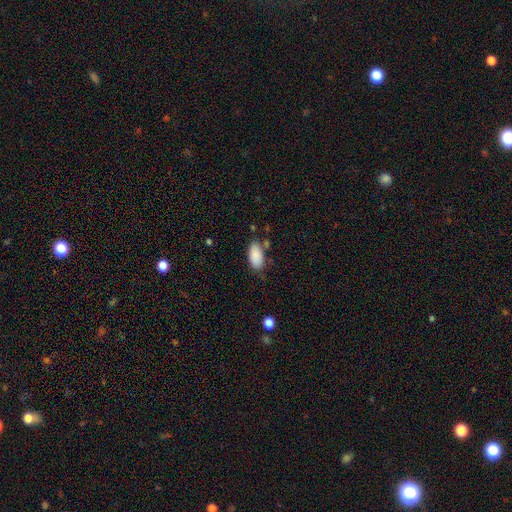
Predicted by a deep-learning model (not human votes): smooth_or_featured: smooth (p=0.89) [alt: star or artifact p=0.07]
how_rounded: in between (p=0.94) [alt: cigar-shaped p=0.04]
merging: none (p=0.73) [alt: minor disturbance p=0.18]